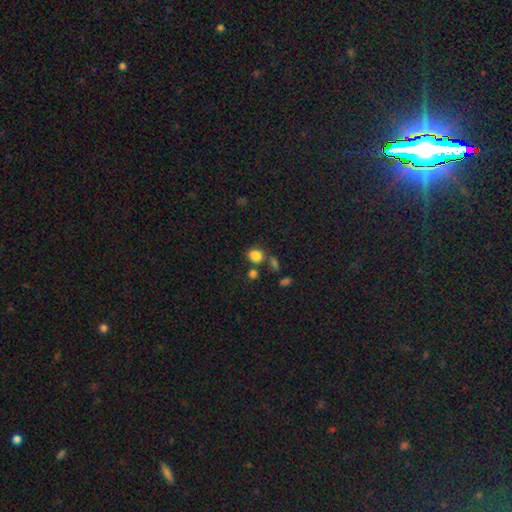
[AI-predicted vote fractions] This is clearly a smooth galaxy (83%). How rounded: possibly round (53%). Merging: likely none (64%).